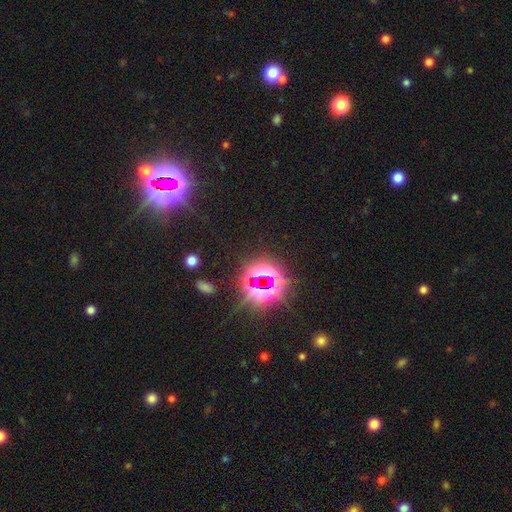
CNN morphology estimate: Smooth or featured? Predicted: star or artifact (p=0.82).